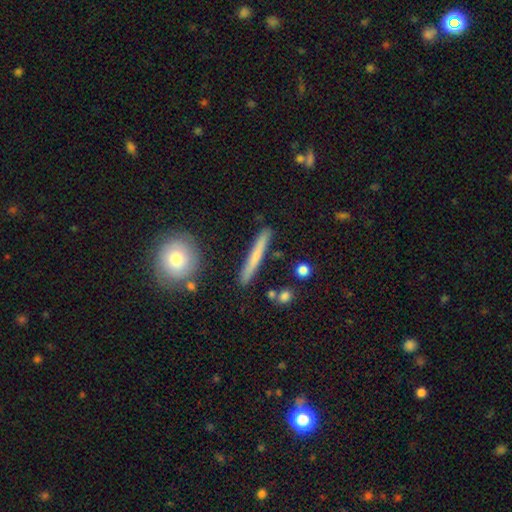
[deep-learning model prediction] Q: Smooth or featured?
A: smooth (56%); runner-up: featured or disk (38%)
Q: How rounded?
A: cigar-shaped (93%); runner-up: in between (4%)
Q: Merging?
A: none (88%); runner-up: minor disturbance (7%)